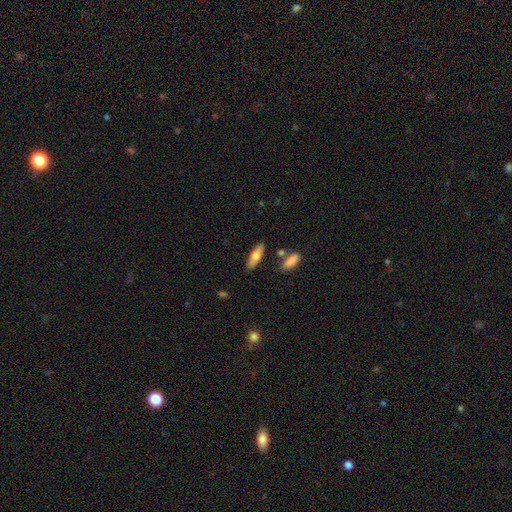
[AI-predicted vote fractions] This appears to be a smooth galaxy with no disk features (70%) that is in between round and cigar-shaped (53%). Merging: none (82%).